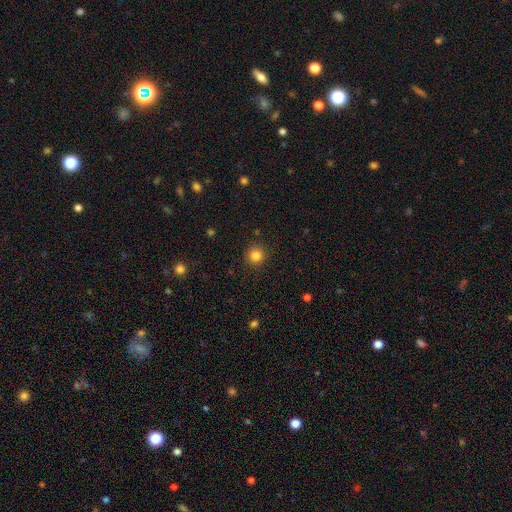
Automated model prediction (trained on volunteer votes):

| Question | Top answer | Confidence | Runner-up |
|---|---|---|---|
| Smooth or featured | smooth | 83% | star or artifact (12%) |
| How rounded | round | 93% | in between (6%) |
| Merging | none | 90% | minor disturbance (6%) |